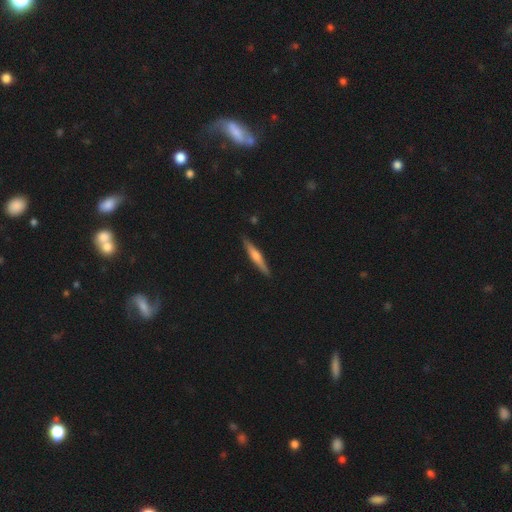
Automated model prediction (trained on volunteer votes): This is possibly a featured or disk galaxy (53%). It is clearly viewed edge-on (97%). Edge-on bulge: likely rounded (70%). Merging: clearly none (90%).